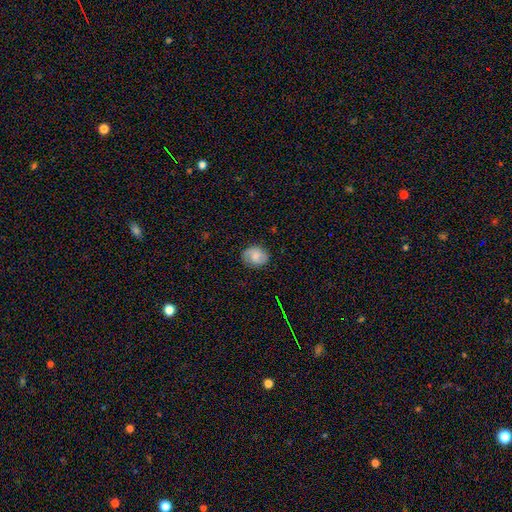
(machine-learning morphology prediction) smooth 58%, featured or disk 33%, star or artifact 9%. Down the decision tree: how rounded — round (54%); merging — none (76%).